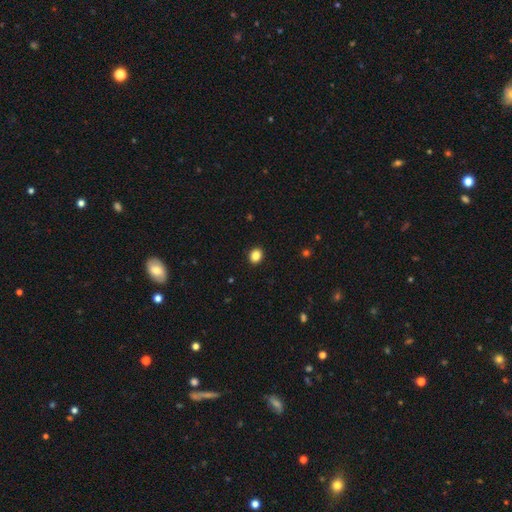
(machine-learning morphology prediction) smooth-or-featured: smooth: 86% | star or artifact: 10% | featured or disk: 4%
  how-rounded: round: 63% | in between: 36% | cigar-shaped: 1%
  merging: none: 92% | minor disturbance: 5% | major disturbance: 2% | merger: 1%